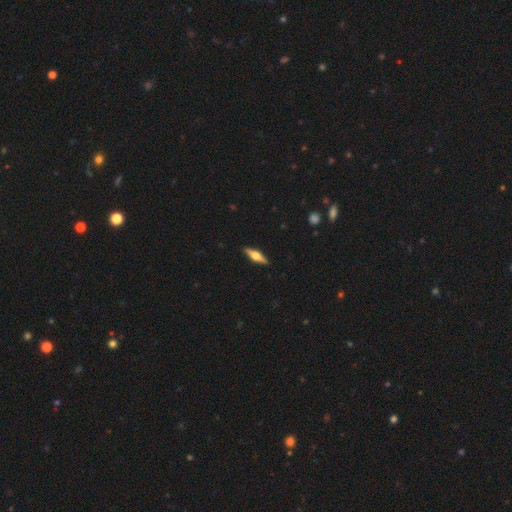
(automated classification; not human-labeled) Smooth or featured? Predicted: featured or disk (p=0.66). Edge-on disk? Predicted: yes (p=0.96). Edge-on bulge? Predicted: rounded (p=0.93). Merging? Predicted: none (p=0.90).